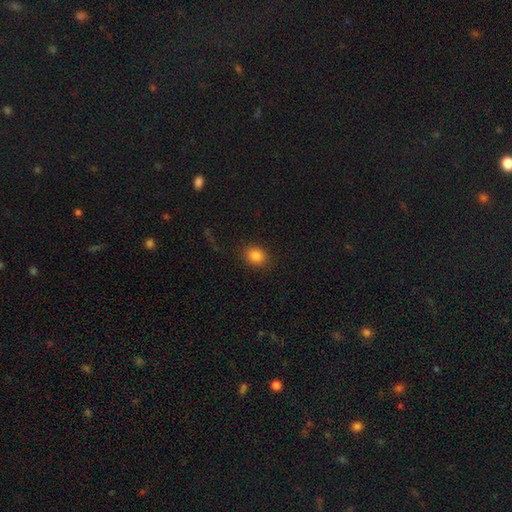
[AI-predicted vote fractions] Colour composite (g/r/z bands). It shows a smooth galaxy with no disk features (85%) that is round (61%). Merging: none (86%).